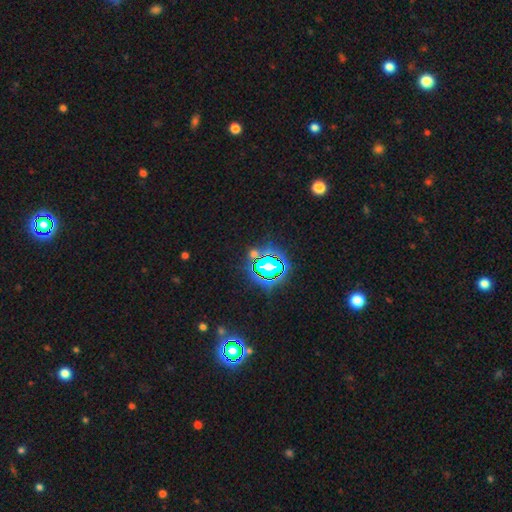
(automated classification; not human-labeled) This appears to be a star or artifact, not a galaxy (74%).